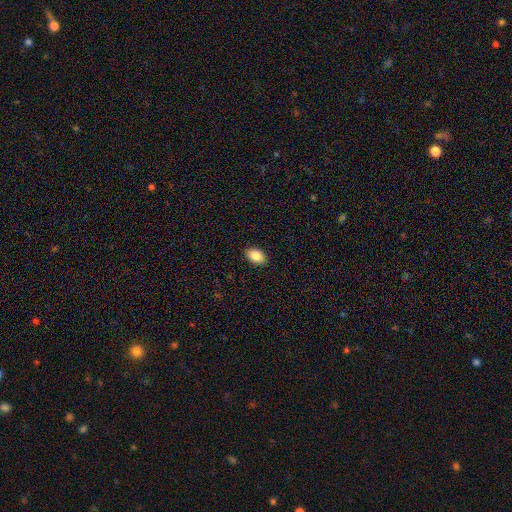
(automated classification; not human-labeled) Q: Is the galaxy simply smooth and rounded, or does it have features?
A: smooth — 88%.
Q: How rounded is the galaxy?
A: in between — 89%.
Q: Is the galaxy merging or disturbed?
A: none — 90%.